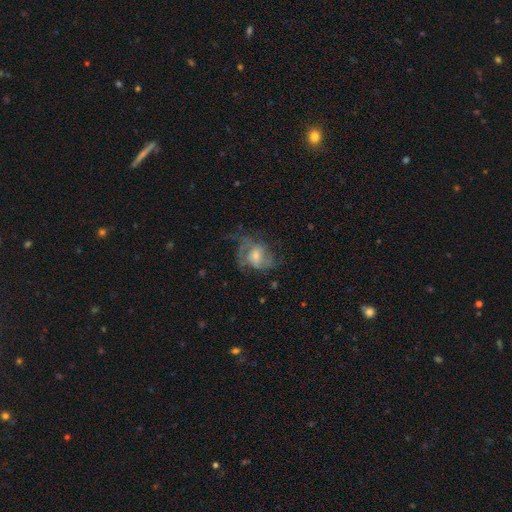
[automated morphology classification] Overall: featured or disk (70%). Edge-on disk: no (97%). Bar: no (63%; weak 31%). Spiral arms: yes (83%). Spiral arm count: 2 (38%; can't tell 25%). Spiral winding: medium (45%; loose 33%). Bulge size: small (50%; moderate 41%). Merging: none (42%; major disturbance 35%).